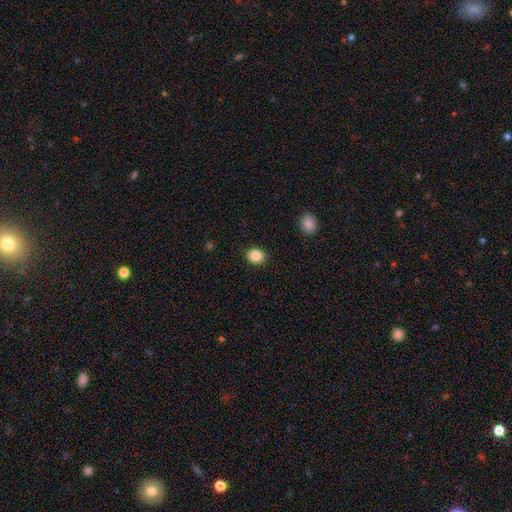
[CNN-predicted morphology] smooth-or-featured: smooth: 86% | star or artifact: 10% | featured or disk: 4%
  how-rounded: round: 70% | in between: 29% | cigar-shaped: 1%
  merging: none: 90% | minor disturbance: 7% | major disturbance: 2% | merger: 1%